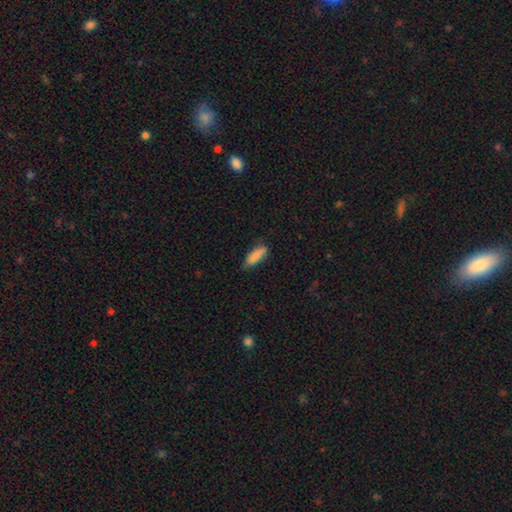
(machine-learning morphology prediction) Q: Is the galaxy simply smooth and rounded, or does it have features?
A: smooth — 85%.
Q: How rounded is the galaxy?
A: in between — 64%.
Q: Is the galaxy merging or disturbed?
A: none — 72%.